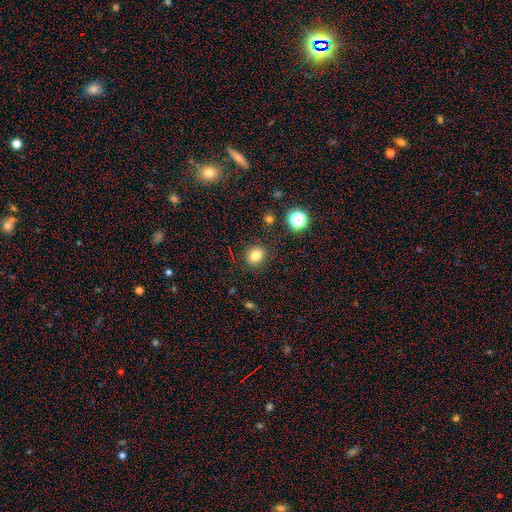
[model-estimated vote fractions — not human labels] smooth 80%, star or artifact 14%, featured or disk 6%. Down the decision tree: how rounded — round (68%); merging — none (88%).